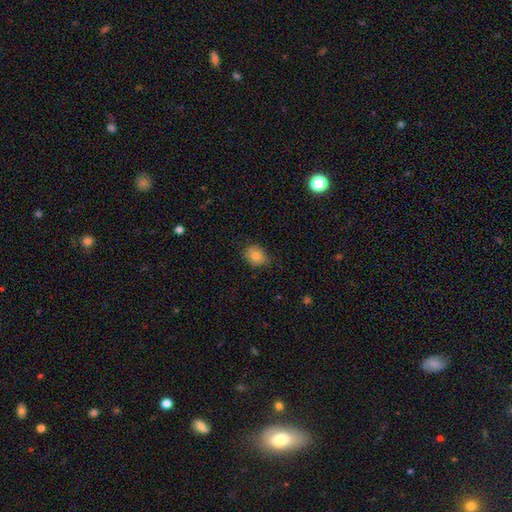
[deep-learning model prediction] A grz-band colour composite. It shows a smooth galaxy with no disk features (80%) that is round (56%). Merging: none (69%).